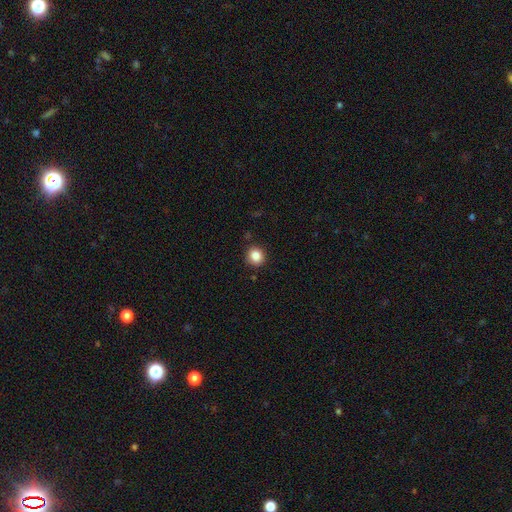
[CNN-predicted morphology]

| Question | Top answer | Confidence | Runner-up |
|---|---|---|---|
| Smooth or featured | smooth | 86% | star or artifact (10%) |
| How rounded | round | 89% | in between (11%) |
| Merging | none | 89% | minor disturbance (8%) |